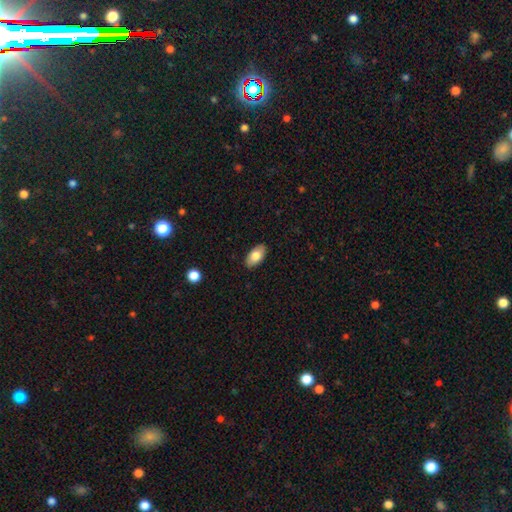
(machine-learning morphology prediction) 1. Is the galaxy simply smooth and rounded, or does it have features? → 80% smooth, 14% featured or disk, 7% star or artifact.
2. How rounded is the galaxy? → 94% in between, 4% round, 2% cigar-shaped.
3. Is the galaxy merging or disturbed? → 88% none, 9% minor disturbance, 2% major disturbance, 1% merger.